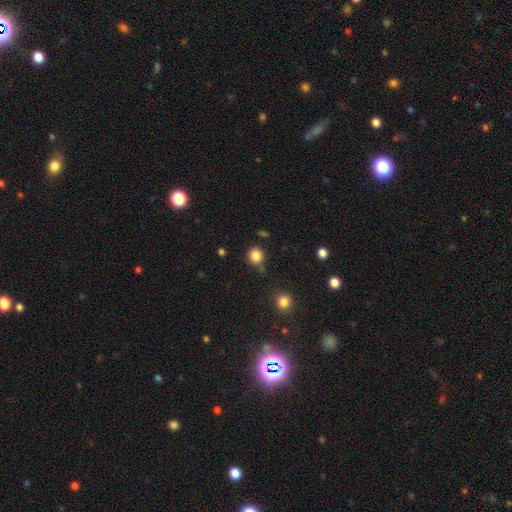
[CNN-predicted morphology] smooth_or_featured: smooth (p=0.84) [alt: star or artifact p=0.11]
how_rounded: round (p=0.88) [alt: in between p=0.11]
merging: none (p=0.81) [alt: minor disturbance p=0.10]